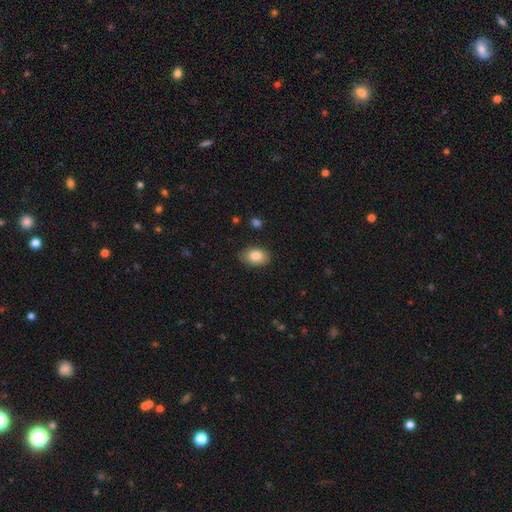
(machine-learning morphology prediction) smooth-or-featured: smooth: 86% | star or artifact: 7% | featured or disk: 7%
  how-rounded: in between: 85% | round: 14% | cigar-shaped: 1%
  merging: none: 83% | minor disturbance: 13% | major disturbance: 3% | merger: 1%